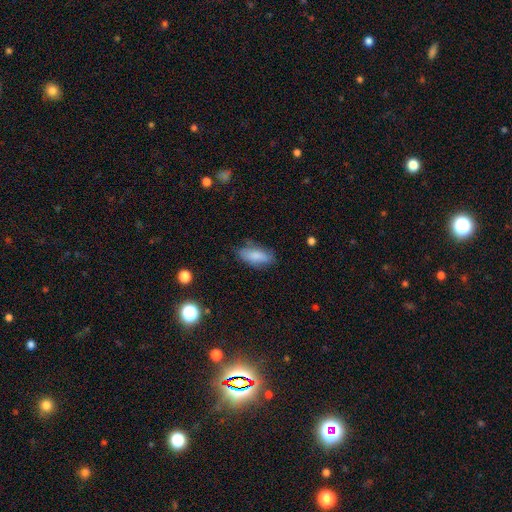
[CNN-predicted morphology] Overall: smooth (82%). How rounded: in between (82%). Merging: none (74%).